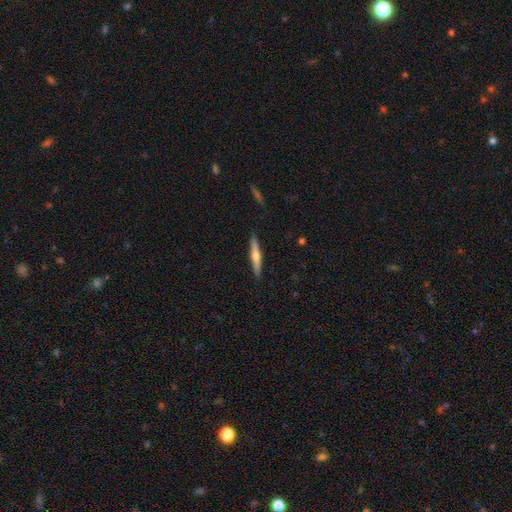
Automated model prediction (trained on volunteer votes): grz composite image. It shows a featured or disk galaxy (51%) viewed edge-on (96%). Merging: none (90%).